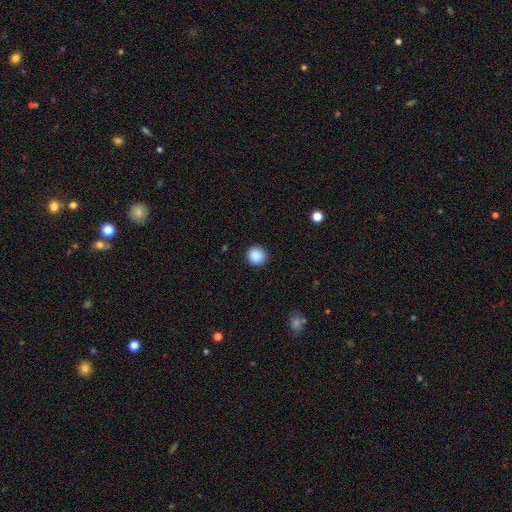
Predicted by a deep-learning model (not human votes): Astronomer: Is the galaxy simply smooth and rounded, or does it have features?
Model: smooth — 89%.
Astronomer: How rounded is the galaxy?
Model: round — 94%.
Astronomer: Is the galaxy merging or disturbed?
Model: none — 92%.